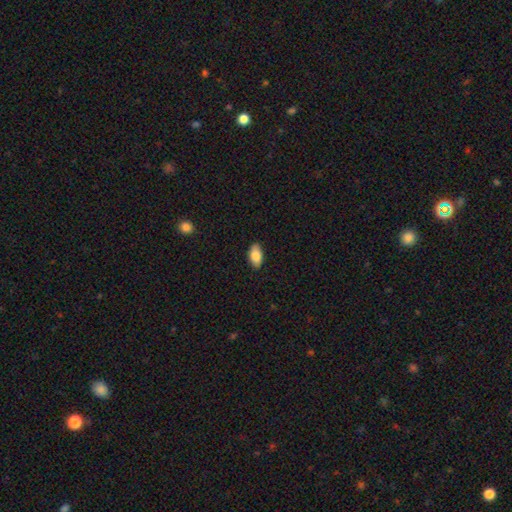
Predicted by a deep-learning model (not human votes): This is clearly a smooth galaxy (85%). How rounded: clearly in between (93%). Merging: clearly none (87%).